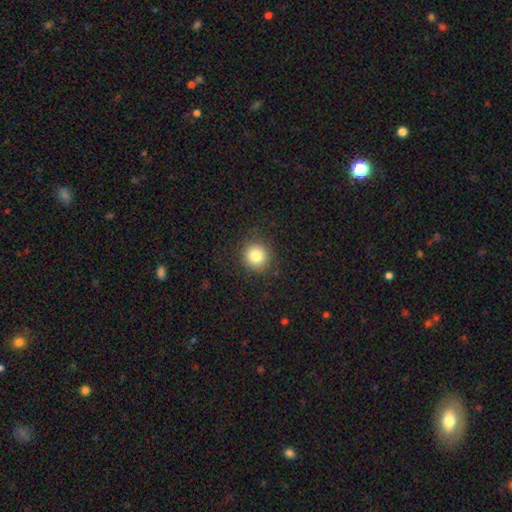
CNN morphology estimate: Q: Smooth or featured?
A: smooth (83%); runner-up: star or artifact (11%)
Q: How rounded?
A: round (92%); runner-up: in between (7%)
Q: Merging?
A: none (88%); runner-up: minor disturbance (8%)